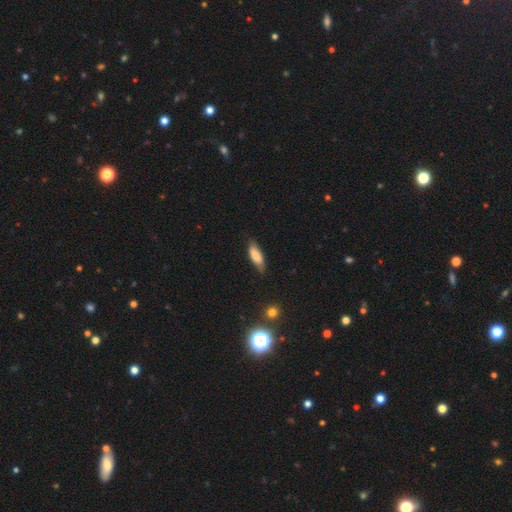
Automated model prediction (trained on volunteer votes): smooth 80%, featured or disk 14%, star or artifact 7%. Down the decision tree: how rounded — in between (62%); merging — none (69%).